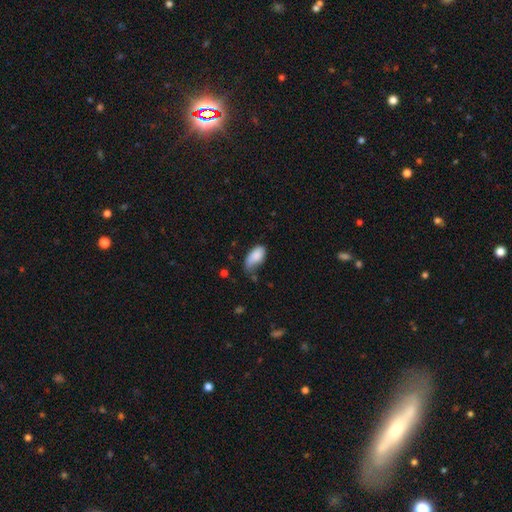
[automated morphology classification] A smooth galaxy with no disk features (84%) that is in between round and cigar-shaped (93%). Merging: none (40%).